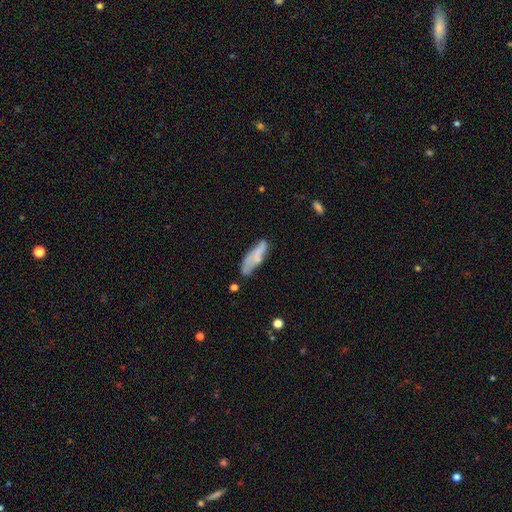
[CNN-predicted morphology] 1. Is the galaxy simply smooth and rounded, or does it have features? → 63% smooth, 30% featured or disk, 8% star or artifact.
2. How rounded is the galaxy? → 60% cigar-shaped, 38% in between, 2% round.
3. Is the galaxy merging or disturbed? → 52% none, 28% minor disturbance, 11% major disturbance, 9% merger.